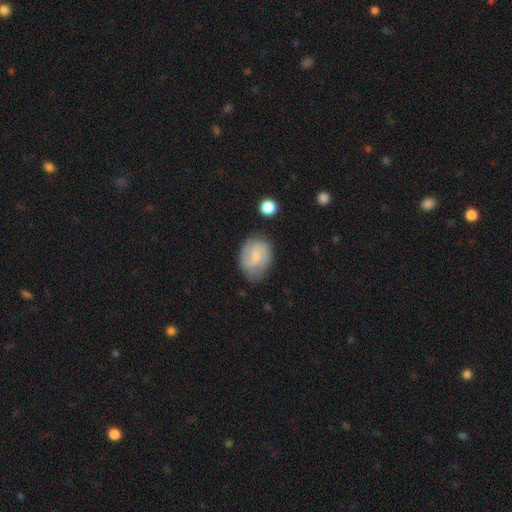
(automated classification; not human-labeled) Smooth or featured? Predicted: smooth (p=0.48). Merging? Predicted: none (p=0.67).